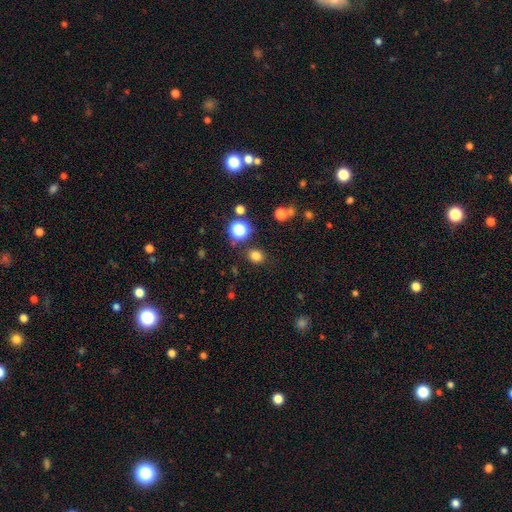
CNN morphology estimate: Smooth or featured?
  - smooth: 78% *
  - star or artifact: 17%
  - featured or disk: 5%
How rounded?
  - round: 71% *
  - in between: 28%
  - cigar-shaped: 1%
Merging?
  - none: 85% *
  - minor disturbance: 9%
  - major disturbance: 3%
  - merger: 3%